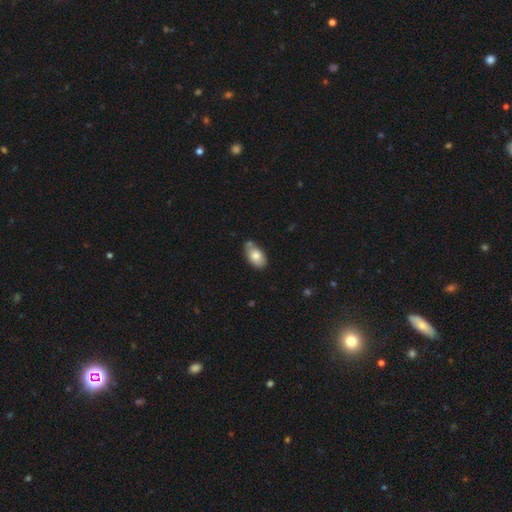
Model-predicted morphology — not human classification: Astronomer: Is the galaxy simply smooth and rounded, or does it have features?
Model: smooth — 79%.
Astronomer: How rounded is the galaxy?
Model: in between — 92%.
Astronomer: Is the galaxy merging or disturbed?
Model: none — 64%.